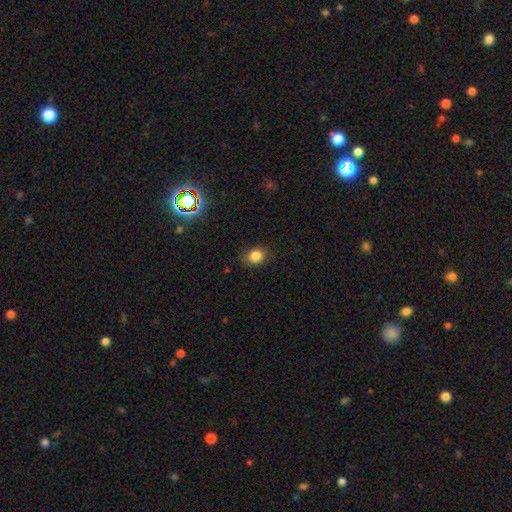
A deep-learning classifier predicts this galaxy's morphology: type=smooth (82%); roundness=round (53%); merging=none (84%).